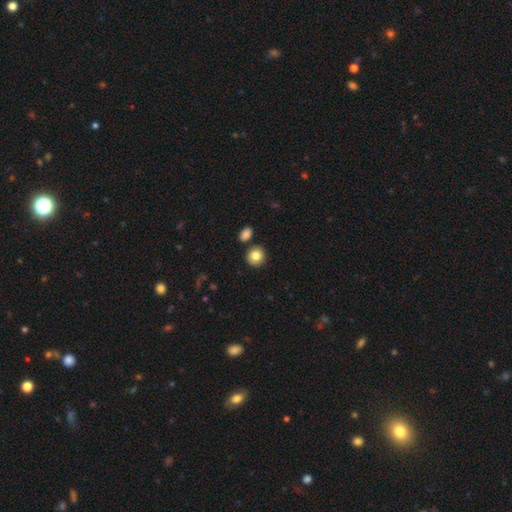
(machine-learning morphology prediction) Q: Smooth or featured?
A: smooth (83%); runner-up: star or artifact (9%)
Q: How rounded?
A: round (89%); runner-up: in between (10%)
Q: Merging?
A: none (84%); runner-up: minor disturbance (7%)